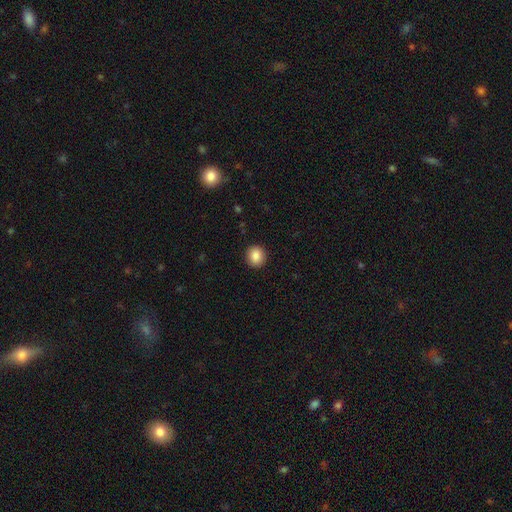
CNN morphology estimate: This is clearly a smooth galaxy (87%). How rounded: clearly round (86%). Merging: clearly none (92%).